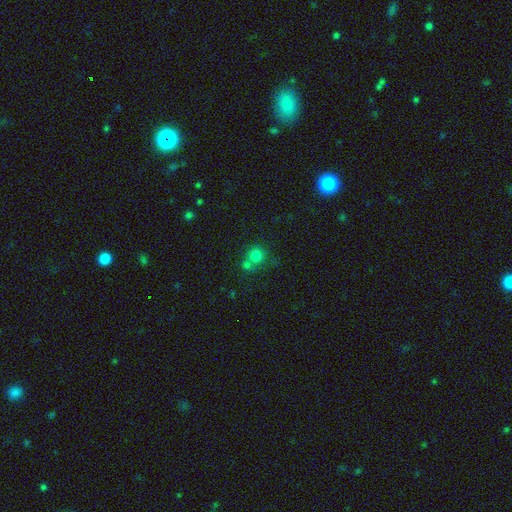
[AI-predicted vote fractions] This appears to be a smooth galaxy with no disk features (77%) that is round (87%). Merging: none (50%).